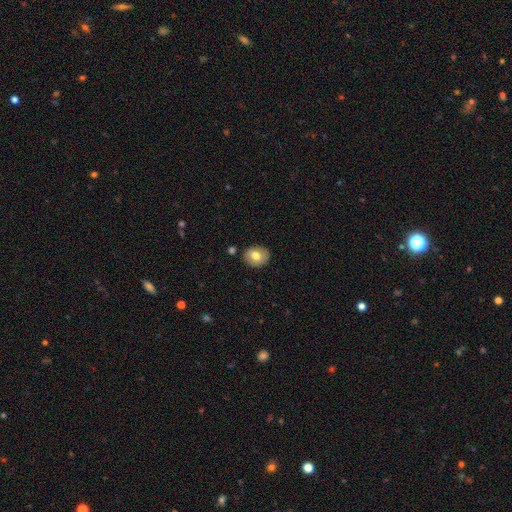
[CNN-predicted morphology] Smooth or featured? smooth (72%)
How rounded? round (56%)
Merging? none (85%)